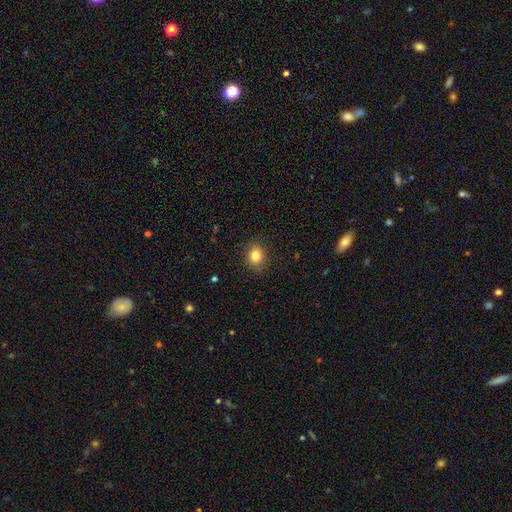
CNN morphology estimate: Smooth or featured: smooth — 82% (star or artifact — 11%)
How rounded: round — 65% (in between — 35%)
Merging: none — 88% (minor disturbance — 8%)